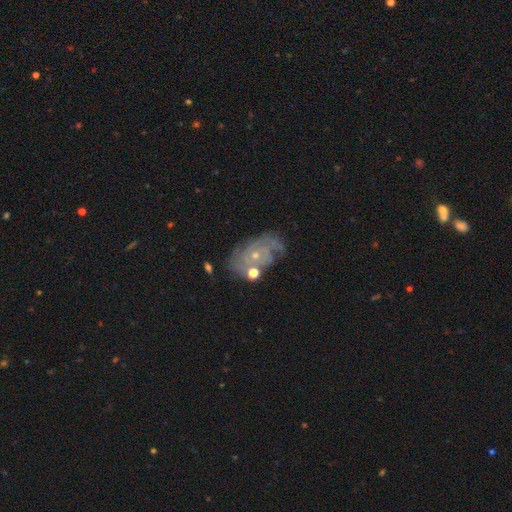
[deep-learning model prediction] featured or disk 79%, smooth 11%, star or artifact 9%. Down the decision tree: edge-on disk — no (96%); bar — no (78%); spiral arms — yes (92%); spiral arm count — can't tell (39%); spiral winding — tight (62%); bulge size — small (75%); merging — none (65%).